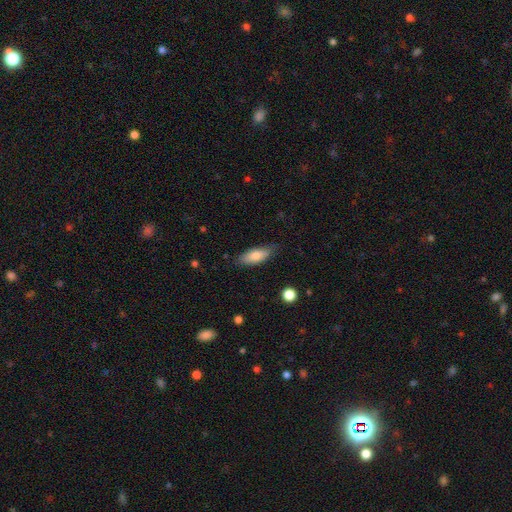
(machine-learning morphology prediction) type=smooth (82%); roundness=in between (75%); merging=none (76%).